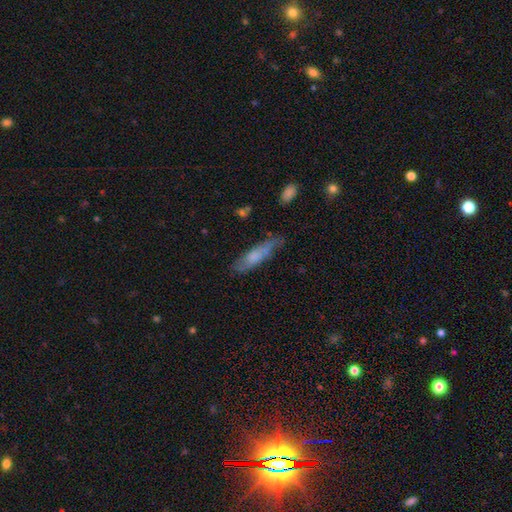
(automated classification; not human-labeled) smooth 60%, featured or disk 32%, star or artifact 7%. Down the decision tree: how rounded — cigar-shaped (68%); merging — none (63%).